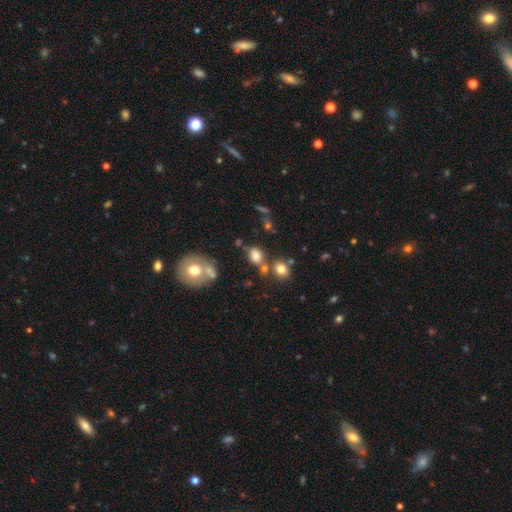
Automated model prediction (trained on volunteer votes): Overall: smooth (75%). How rounded: in between (53%; round 45%). Merging: none (57%; merger 23%).